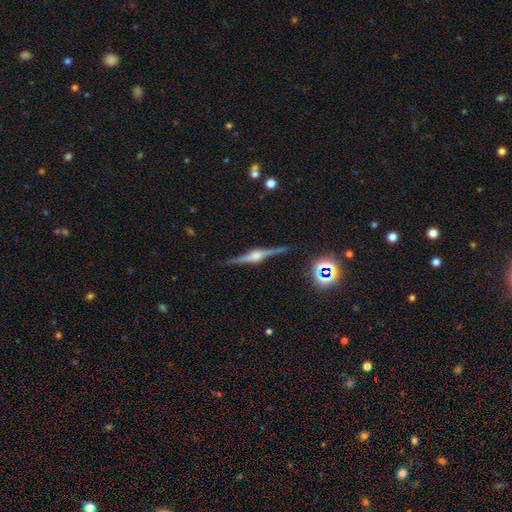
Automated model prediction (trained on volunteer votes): A featured or disk galaxy (86%) viewed edge-on (98%) with a rounded central bulge (87%).

Vote fractions:
- Smooth or featured? featured or disk: 86% / smooth: 8% / star or artifact: 7%
- Edge-on disk? yes: 98% / no: 2%
- Edge-on bulge? rounded: 87% / boxy: 11% / none: 2%
- Merging? none: 87% / minor disturbance: 9% / major disturbance: 2% / merger: 2%